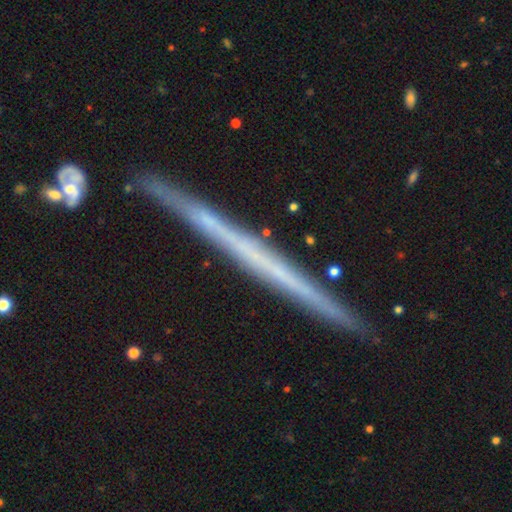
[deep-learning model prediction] smooth-or-featured: featured or disk: 67% | smooth: 24% | star or artifact: 9%
  disk-edge-on: yes: 97% | no: 3%
    edge-on-bulge: none: 92% | rounded: 5% | boxy: 3%
  merging: none: 88% | minor disturbance: 8% | merger: 2% | major disturbance: 2%